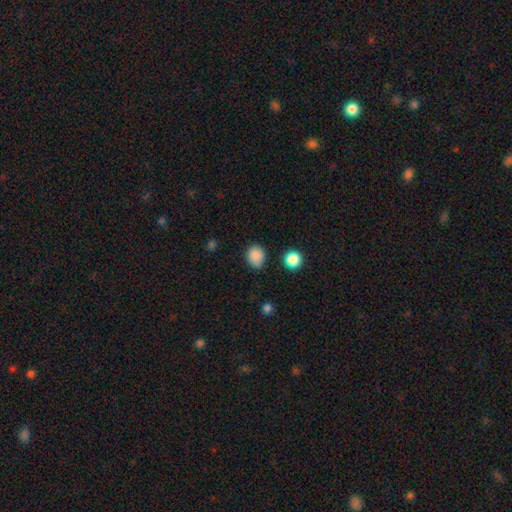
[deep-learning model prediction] This is clearly a smooth galaxy (86%). How rounded: likely round (70%). Merging: likely none (76%).